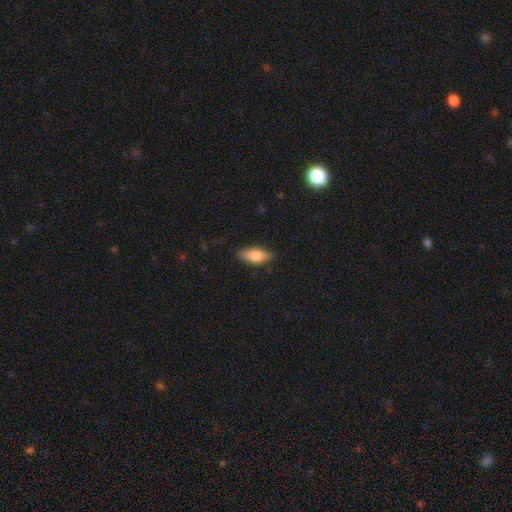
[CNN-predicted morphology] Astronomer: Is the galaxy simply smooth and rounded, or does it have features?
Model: smooth — 78%.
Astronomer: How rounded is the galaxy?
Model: in between — 81%.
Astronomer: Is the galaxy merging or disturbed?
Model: none — 83%.